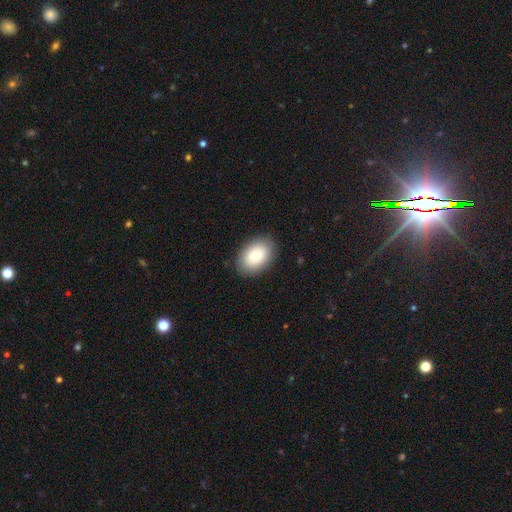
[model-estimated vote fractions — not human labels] smooth_or_featured: smooth (p=0.75) [alt: featured or disk p=0.17]
how_rounded: in between (p=0.82) [alt: round p=0.17]
merging: none (p=0.87) [alt: minor disturbance p=0.09]